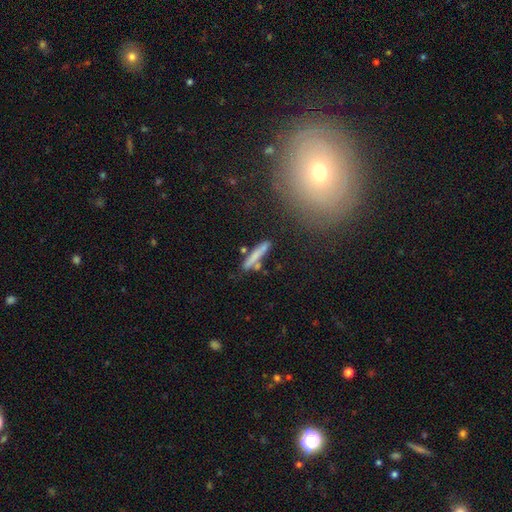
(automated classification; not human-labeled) Smooth or featured: smooth — 69% (featured or disk — 23%)
How rounded: cigar-shaped — 92% (in between — 6%)
Merging: none — 74% (minor disturbance — 14%)